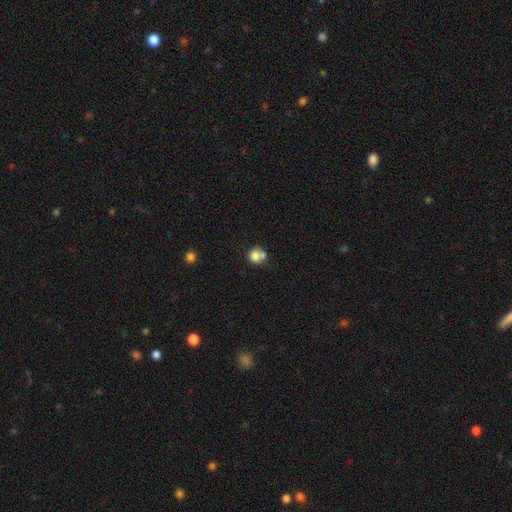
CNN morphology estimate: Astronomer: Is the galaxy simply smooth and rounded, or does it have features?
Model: smooth — 77%.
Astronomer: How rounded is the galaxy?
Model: round — 81%.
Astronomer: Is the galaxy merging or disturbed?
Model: merger — 44% (runner-up: none, 41%).